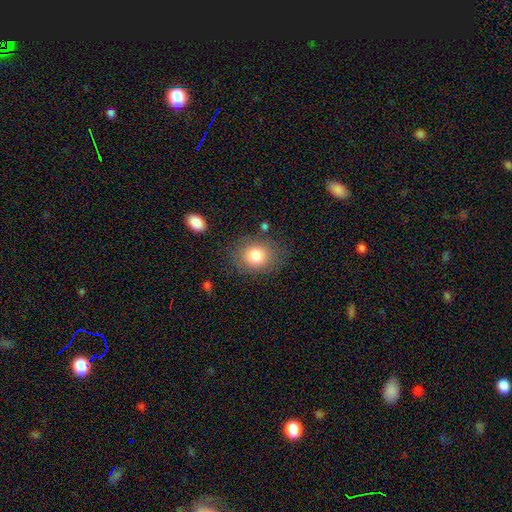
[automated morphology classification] This appears to be a smooth galaxy with no disk features (81%) that is round (54%). Merging: none (78%).